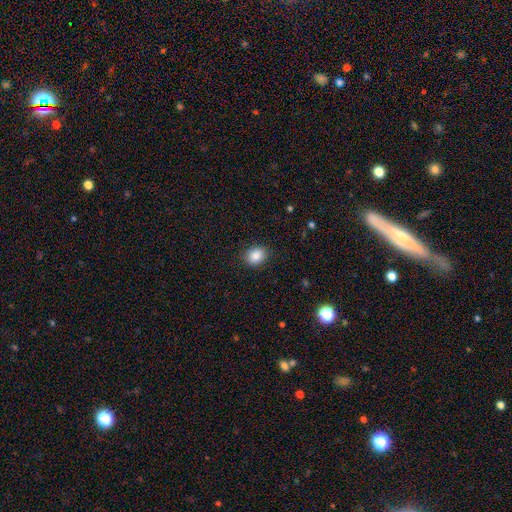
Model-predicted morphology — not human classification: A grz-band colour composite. It shows a smooth galaxy with no disk features (86%) that is round (53%). Merging: none (88%).